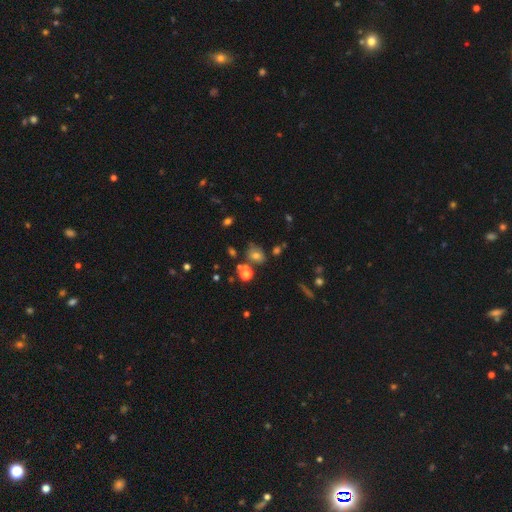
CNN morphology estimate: smooth_or_featured: smooth (p=0.58) [alt: star or artifact p=0.24]
how_rounded: in between (p=0.55) [alt: round p=0.43]
merging: none (p=0.62) [alt: minor disturbance p=0.19]